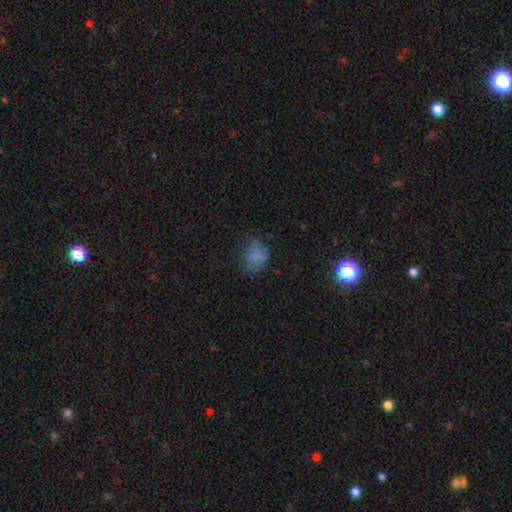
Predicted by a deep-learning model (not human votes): Smooth or featured? Predicted: smooth (p=0.71). How rounded? Predicted: round (p=0.52). Merging? Predicted: none (p=0.58).